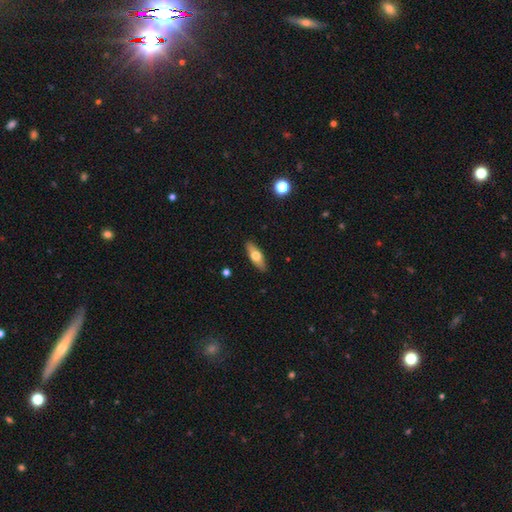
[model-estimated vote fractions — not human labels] Q: Smooth or featured?
A: smooth (58%); runner-up: featured or disk (36%)
Q: How rounded?
A: in between (59%); runner-up: cigar-shaped (38%)
Q: Merging?
A: none (89%); runner-up: minor disturbance (8%)